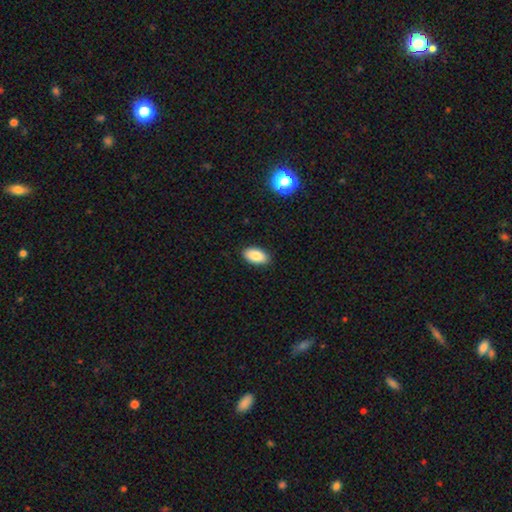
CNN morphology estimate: A smooth galaxy with no disk features (85%) that is in between round and cigar-shaped (94%).

Vote fractions:
- Smooth or featured? smooth: 85% / star or artifact: 8% / featured or disk: 7%
- How rounded? in between: 94% / round: 4% / cigar-shaped: 2%
- Merging? none: 88% / minor disturbance: 9% / major disturbance: 2% / merger: 1%